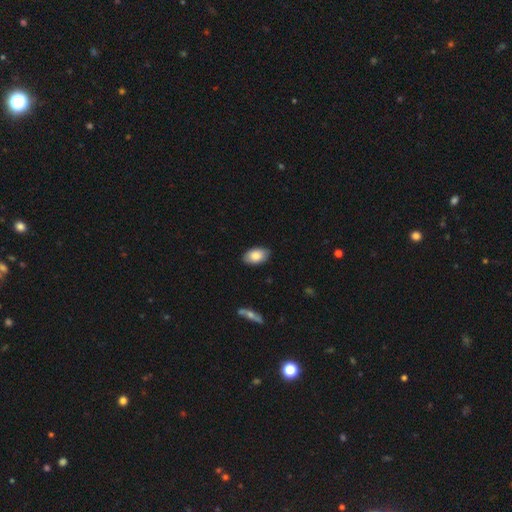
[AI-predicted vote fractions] smooth 83%, featured or disk 11%, star or artifact 6%. Down the decision tree: how rounded — in between (93%); merging — none (84%).